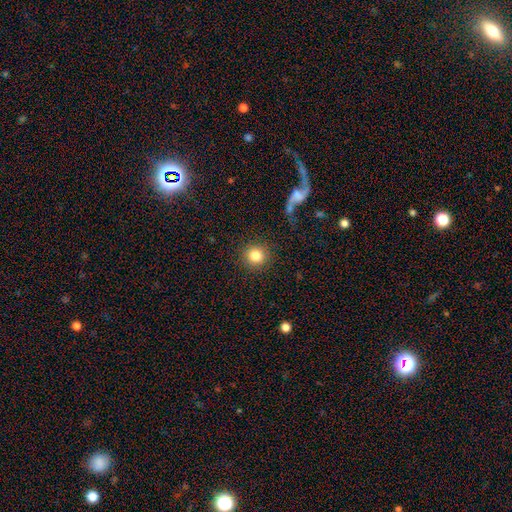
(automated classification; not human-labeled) Smooth or featured?
  - smooth: 83% *
  - star or artifact: 10%
  - featured or disk: 7%
How rounded?
  - round: 92% *
  - in between: 7%
  - cigar-shaped: 1%
Merging?
  - none: 88% *
  - minor disturbance: 6%
  - major disturbance: 4%
  - merger: 2%